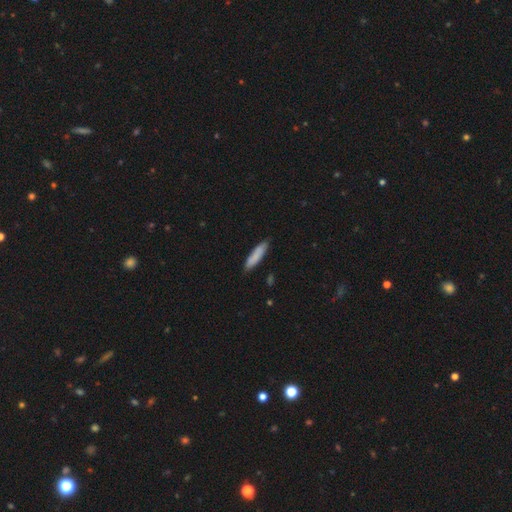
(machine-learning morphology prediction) This appears to be a smooth galaxy with no disk features (82%) that is cigar-shaped (73%). Merging: none (82%).